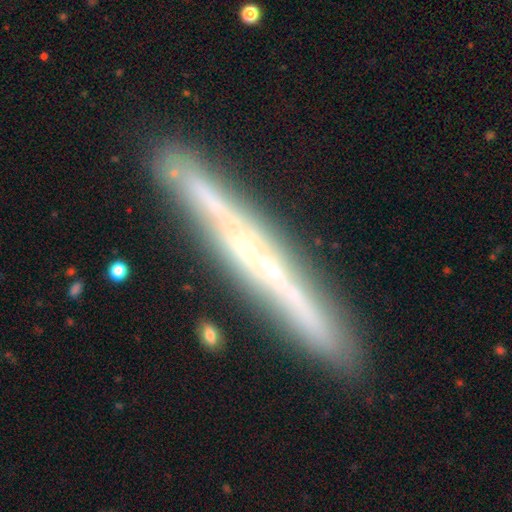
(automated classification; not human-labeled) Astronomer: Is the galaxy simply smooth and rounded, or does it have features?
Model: featured or disk — 77%.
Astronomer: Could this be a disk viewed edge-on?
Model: yes — 96%.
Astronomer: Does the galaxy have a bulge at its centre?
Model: none — 62%.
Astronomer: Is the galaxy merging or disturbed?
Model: none — 89%.